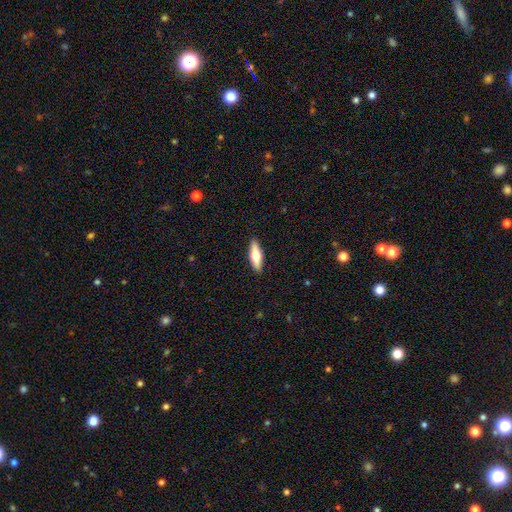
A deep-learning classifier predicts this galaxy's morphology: This appears to be a smooth galaxy with no disk features (56%) that is cigar-shaped (56%). Merging: none (91%).